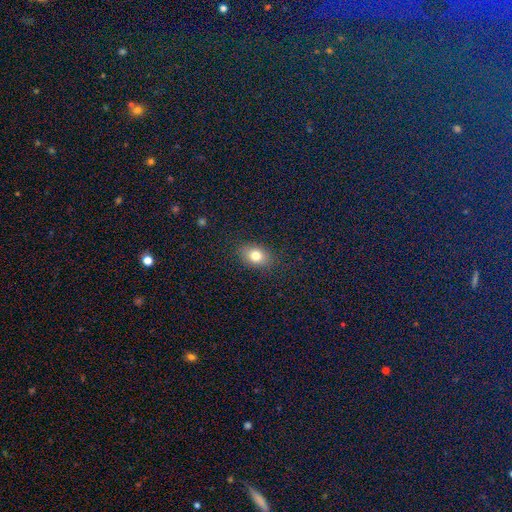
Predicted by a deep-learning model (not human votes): This appears to be a smooth galaxy with no disk features (79%) that is in between round and cigar-shaped (74%). Merging: none (86%).